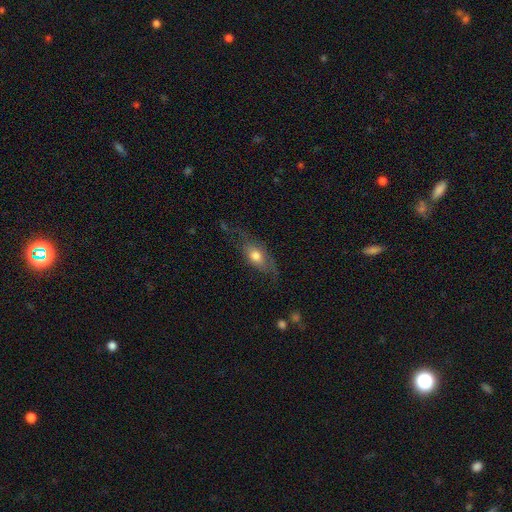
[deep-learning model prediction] This appears to be a smooth galaxy with no disk features (58%) that is in between round and cigar-shaped (76%). Merging: none (50%).